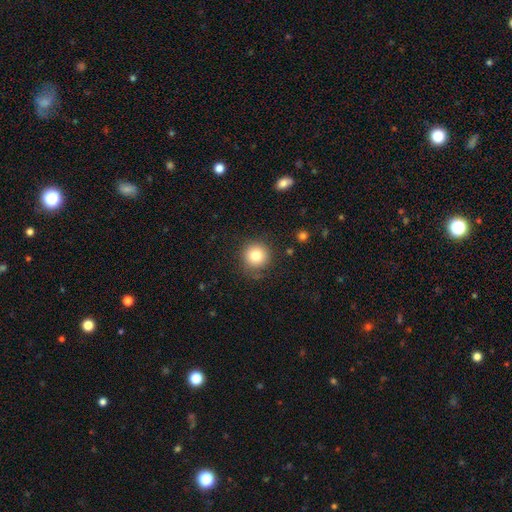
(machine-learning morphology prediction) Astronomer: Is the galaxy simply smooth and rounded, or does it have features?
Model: smooth — 81%.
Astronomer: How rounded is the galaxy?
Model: round — 94%.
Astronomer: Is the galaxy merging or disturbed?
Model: none — 83%.